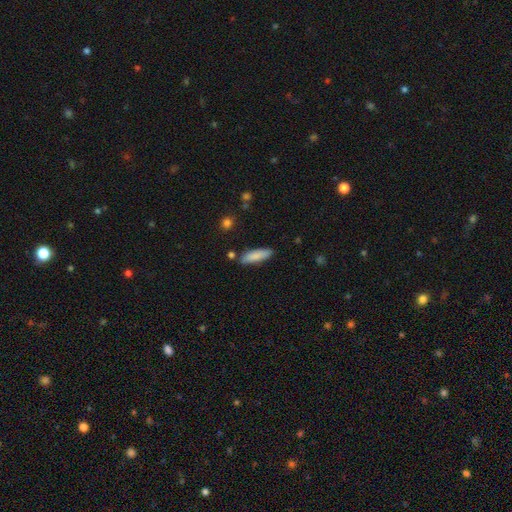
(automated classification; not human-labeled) Smooth or featured?
  - smooth: 85% *
  - featured or disk: 9%
  - star or artifact: 6%
How rounded?
  - cigar-shaped: 58% *
  - in between: 40%
  - round: 2%
Merging?
  - none: 83% *
  - minor disturbance: 11%
  - merger: 4%
  - major disturbance: 2%